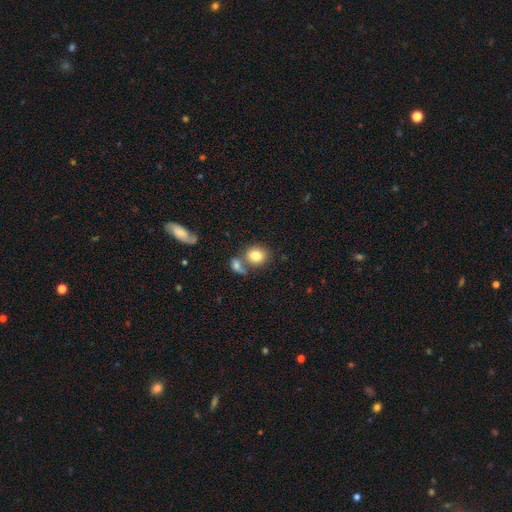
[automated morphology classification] A smooth galaxy with no disk features (81%) that is round (68%).

Vote fractions:
- Smooth or featured? smooth: 81% / featured or disk: 10% / star or artifact: 8%
- How rounded? round: 68% / in between: 31% / cigar-shaped: 1%
- Merging? none: 52% / merger: 34% / minor disturbance: 10% / major disturbance: 4%